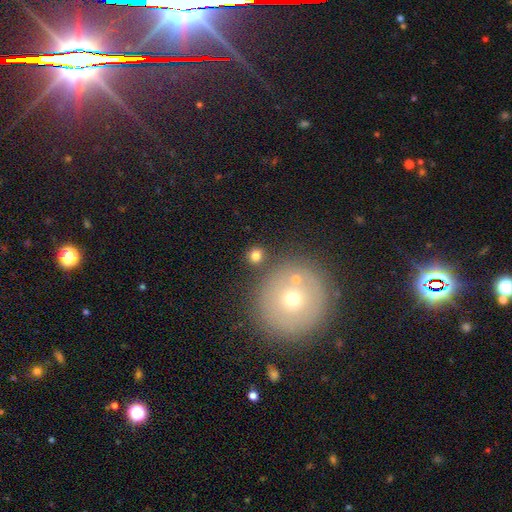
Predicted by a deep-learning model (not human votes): A smooth galaxy with no disk features (78%) that is round (87%).

Vote fractions:
- Smooth or featured? smooth: 78% / star or artifact: 13% / featured or disk: 9%
- How rounded? round: 87% / in between: 12% / cigar-shaped: 1%
- Merging? none: 80% / merger: 9% / minor disturbance: 8% / major disturbance: 3%